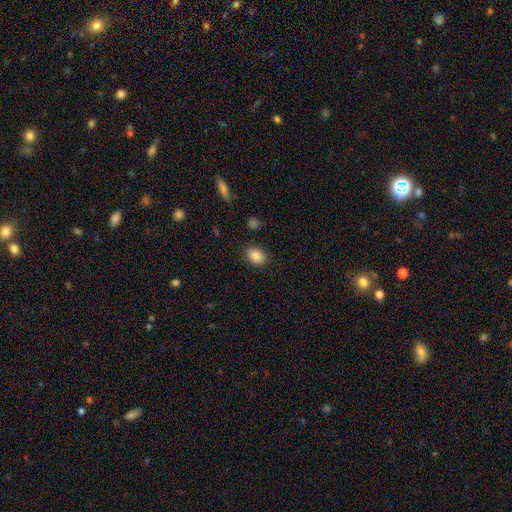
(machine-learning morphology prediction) Smooth or featured?
  - smooth: 87% *
  - star or artifact: 8%
  - featured or disk: 5%
How rounded?
  - in between: 73% *
  - round: 25%
  - cigar-shaped: 1%
Merging?
  - none: 85% *
  - minor disturbance: 10%
  - major disturbance: 3%
  - merger: 2%